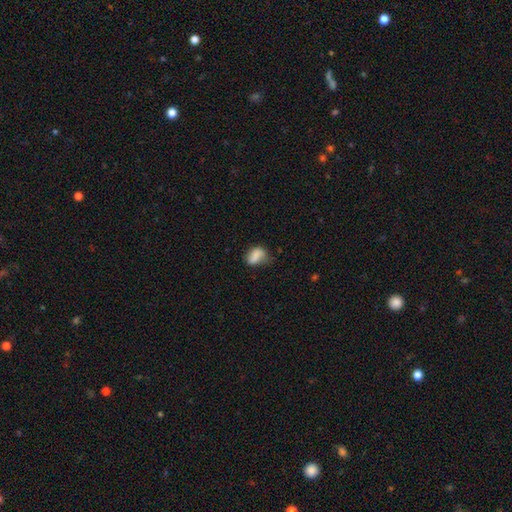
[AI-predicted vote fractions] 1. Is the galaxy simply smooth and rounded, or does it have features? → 74% smooth, 17% featured or disk, 10% star or artifact.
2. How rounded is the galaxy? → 78% in between, 19% round, 3% cigar-shaped.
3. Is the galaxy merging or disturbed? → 44% none, 35% minor disturbance, 15% major disturbance, 5% merger.